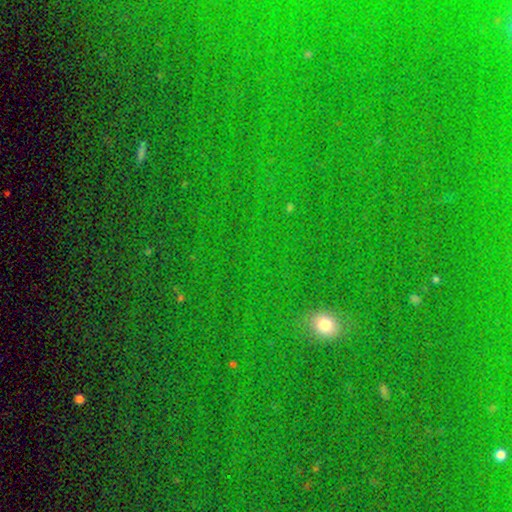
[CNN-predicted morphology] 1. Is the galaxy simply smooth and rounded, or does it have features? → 63% star or artifact, 30% smooth, 8% featured or disk.